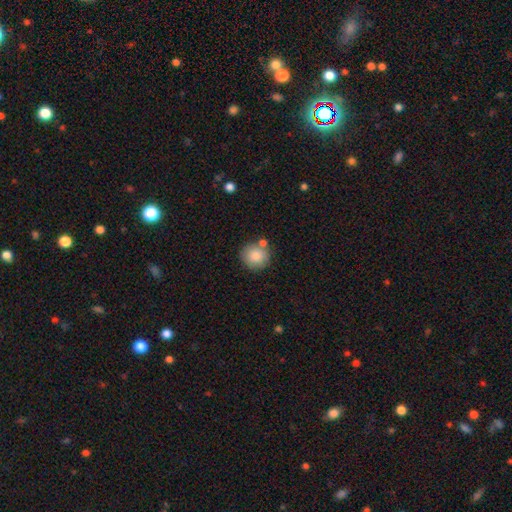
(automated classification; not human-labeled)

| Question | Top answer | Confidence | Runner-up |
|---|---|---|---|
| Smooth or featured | smooth | 85% | star or artifact (8%) |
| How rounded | round | 92% | in between (7%) |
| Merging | none | 72% | merger (13%) |